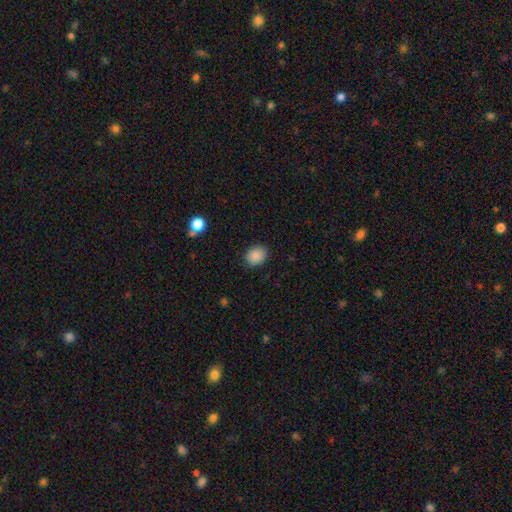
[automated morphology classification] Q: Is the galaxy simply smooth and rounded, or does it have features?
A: smooth — 88%.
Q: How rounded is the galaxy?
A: round — 54%.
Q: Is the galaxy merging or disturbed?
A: none — 86%.